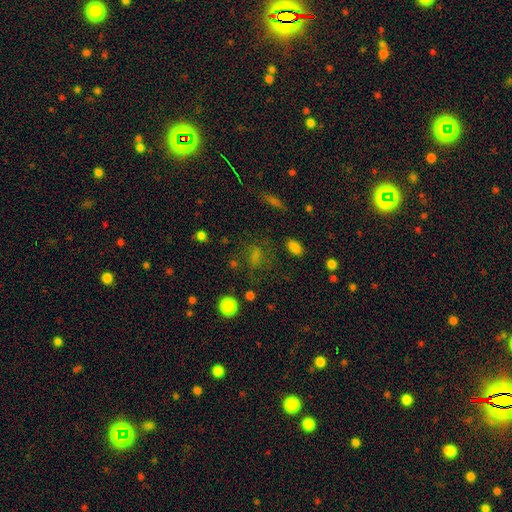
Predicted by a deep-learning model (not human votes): Q: Smooth or featured?
A: smooth (43%); runner-up: star or artifact (41%)
Q: Merging?
A: none (68%); runner-up: minor disturbance (16%)